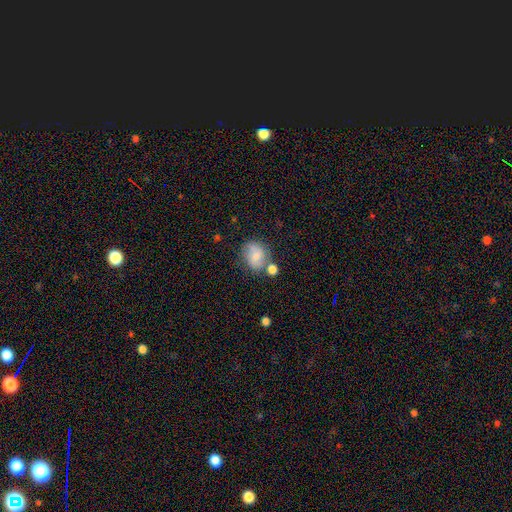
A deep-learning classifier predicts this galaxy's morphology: smooth_or_featured: smooth (p=0.69) [alt: featured or disk p=0.21]
how_rounded: round (p=0.54) [alt: in between p=0.45]
merging: none (p=0.53) [alt: minor disturbance p=0.21]